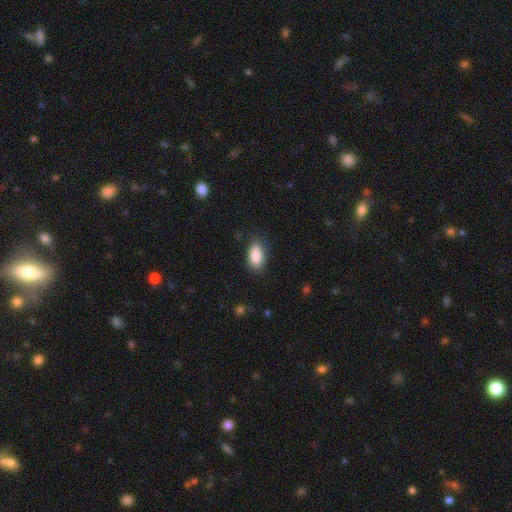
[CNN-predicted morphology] Overall: smooth (88%). How rounded: in between (92%). Merging: none (80%).